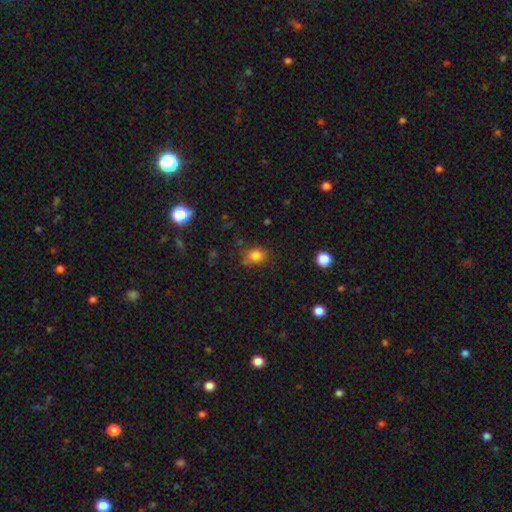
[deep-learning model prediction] smooth_or_featured: smooth (p=0.81) [alt: star or artifact p=0.12]
how_rounded: round (p=0.51) [alt: in between p=0.48]
merging: none (p=0.69) [alt: minor disturbance p=0.21]